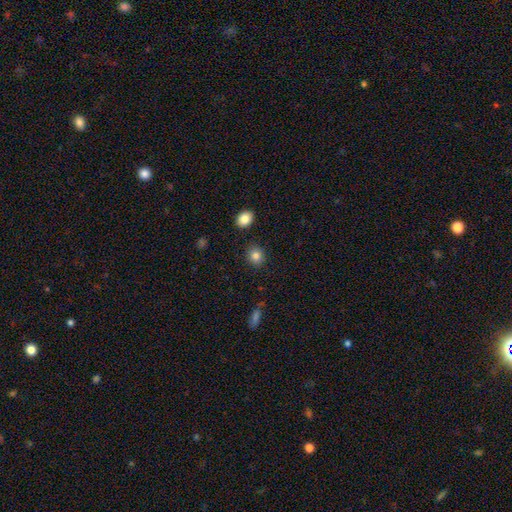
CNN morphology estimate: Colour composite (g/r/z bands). It shows a smooth galaxy with no disk features (84%) that is round (78%). Merging: none (89%).